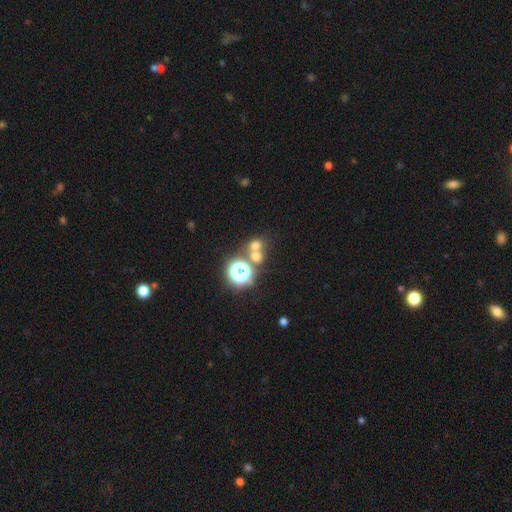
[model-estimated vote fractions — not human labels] This is possibly a smooth galaxy (58%). How rounded: clearly round (80%). Merging: possibly none (48%).